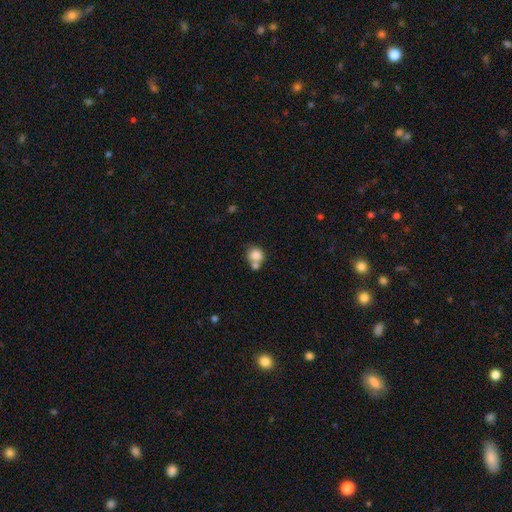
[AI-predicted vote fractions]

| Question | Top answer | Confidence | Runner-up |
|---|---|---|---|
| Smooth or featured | smooth | 82% | star or artifact (9%) |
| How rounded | round | 81% | in between (18%) |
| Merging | none | 46% | merger (40%) |